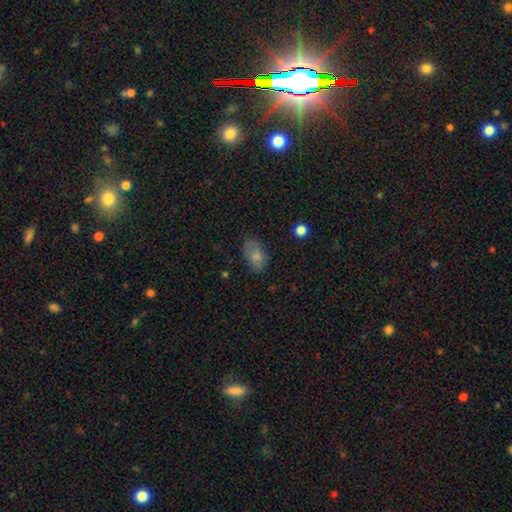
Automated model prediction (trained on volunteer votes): smooth-or-featured: smooth: 76% | featured or disk: 16% | star or artifact: 8%
  how-rounded: in between: 88% | round: 10% | cigar-shaped: 2%
  merging: none: 71% | minor disturbance: 21% | major disturbance: 7% | merger: 2%